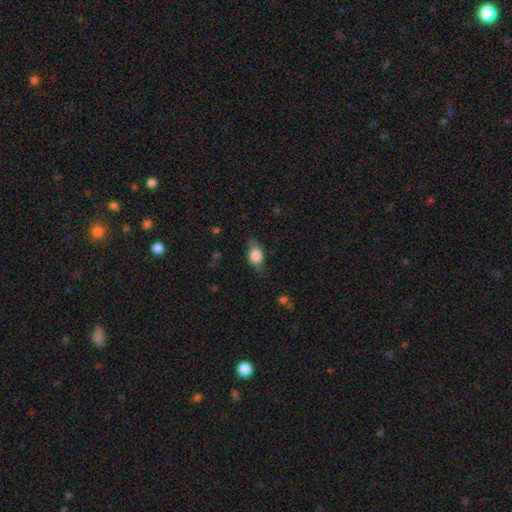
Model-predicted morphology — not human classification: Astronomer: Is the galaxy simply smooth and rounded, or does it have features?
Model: smooth — 76%.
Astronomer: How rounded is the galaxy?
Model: in between — 75%.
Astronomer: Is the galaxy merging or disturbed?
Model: none — 67%.